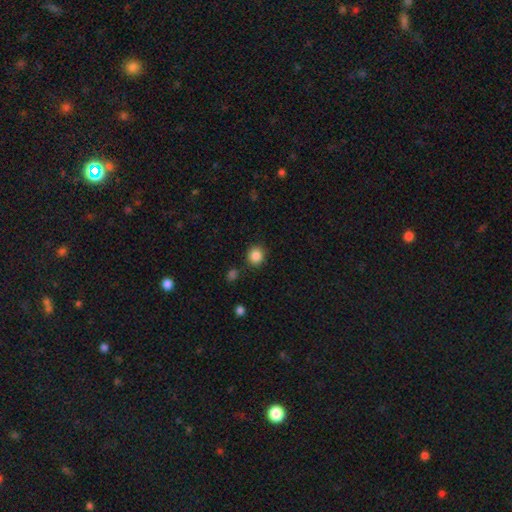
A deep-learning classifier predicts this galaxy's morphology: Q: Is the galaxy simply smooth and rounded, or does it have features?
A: smooth — 86%.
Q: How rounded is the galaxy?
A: round — 87%.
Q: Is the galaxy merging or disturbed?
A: none — 86%.